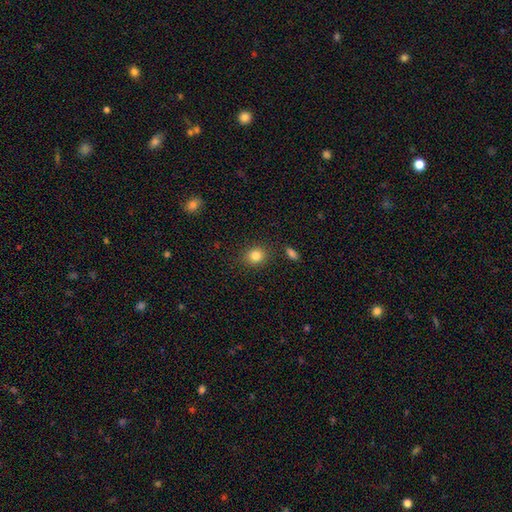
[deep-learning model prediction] This appears to be a smooth galaxy with no disk features (83%) that is round (67%). Merging: none (85%).